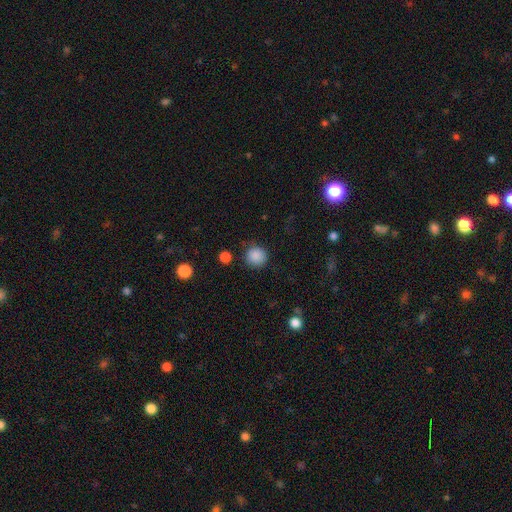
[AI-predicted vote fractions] Q: Smooth or featured?
A: smooth (87%); runner-up: star or artifact (9%)
Q: How rounded?
A: round (92%); runner-up: in between (7%)
Q: Merging?
A: none (83%); runner-up: minor disturbance (12%)